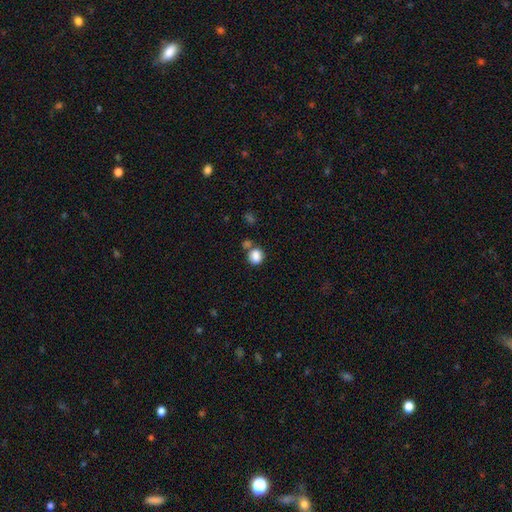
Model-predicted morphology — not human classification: Smooth or featured? smooth (85%)
How rounded? round (63%)
Merging? none (57%)